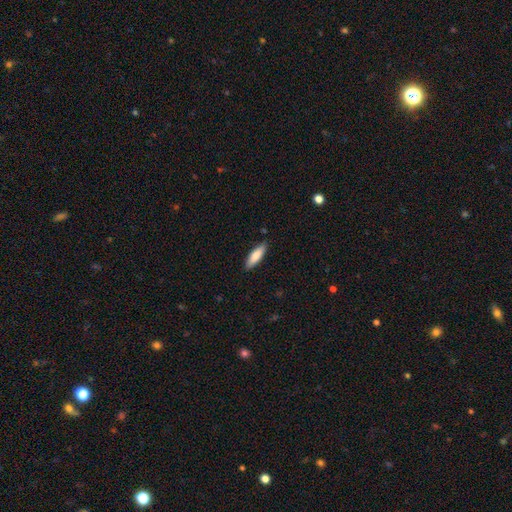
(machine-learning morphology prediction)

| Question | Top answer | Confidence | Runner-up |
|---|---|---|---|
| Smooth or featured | smooth | 82% | featured or disk (12%) |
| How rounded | cigar-shaped | 53% | in between (46%) |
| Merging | none | 87% | minor disturbance (10%) |